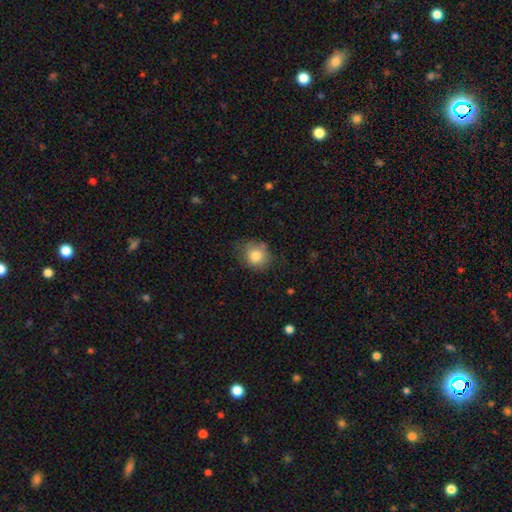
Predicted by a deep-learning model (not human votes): A smooth galaxy with no disk features (81%) that is round (70%). Merging: none (66%).